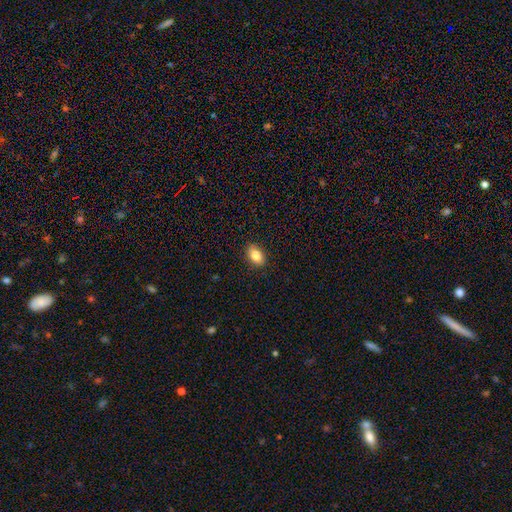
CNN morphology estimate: This appears to be a smooth galaxy with no disk features (84%) that is in between round and cigar-shaped (86%). Merging: none (89%).